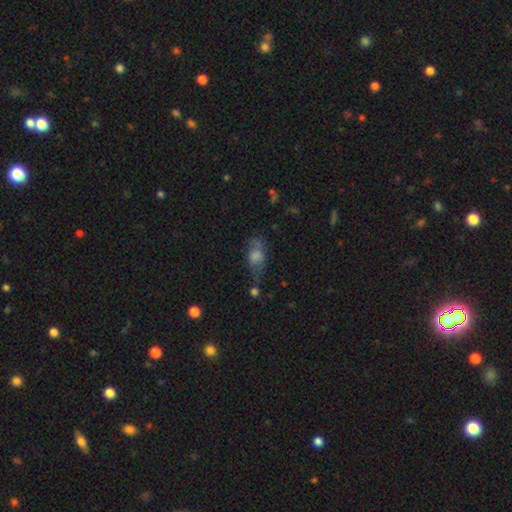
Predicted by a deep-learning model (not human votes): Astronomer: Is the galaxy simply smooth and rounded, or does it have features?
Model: smooth — 53% (runner-up: featured or disk, 31%).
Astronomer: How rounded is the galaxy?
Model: in between — 74%.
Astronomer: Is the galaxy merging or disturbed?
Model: none — 49% (runner-up: minor disturbance, 26%).